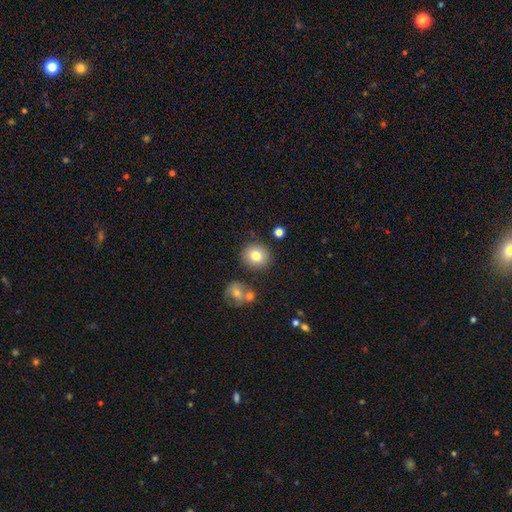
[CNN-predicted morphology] Smooth or featured?
  - smooth: 80% *
  - featured or disk: 10%
  - star or artifact: 10%
How rounded?
  - round: 82% *
  - in between: 18%
  - cigar-shaped: 1%
Merging?
  - none: 83% *
  - minor disturbance: 9%
  - merger: 5%
  - major disturbance: 3%